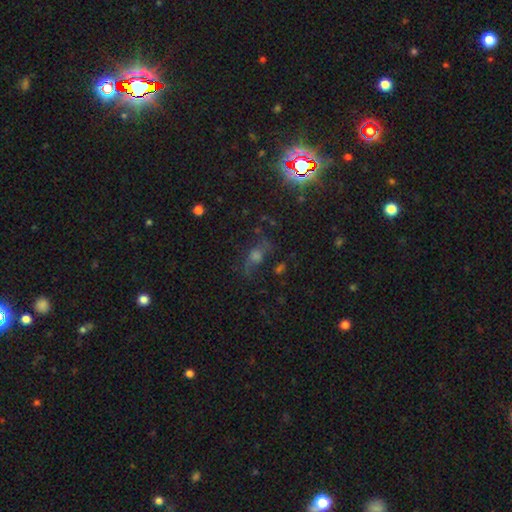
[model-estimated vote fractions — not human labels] Smooth or featured: star or artifact — 41% (featured or disk — 30%)